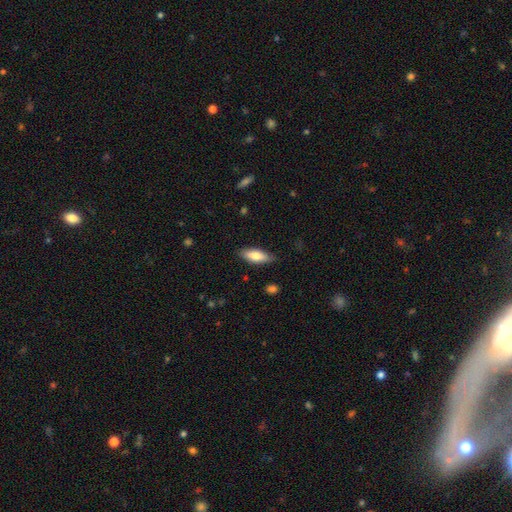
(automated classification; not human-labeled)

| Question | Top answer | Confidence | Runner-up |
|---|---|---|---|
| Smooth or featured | smooth | 75% | featured or disk (19%) |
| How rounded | in between | 64% | cigar-shaped (34%) |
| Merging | none | 82% | minor disturbance (14%) |